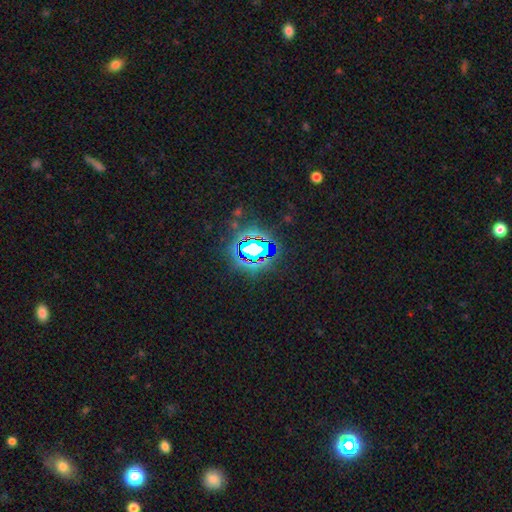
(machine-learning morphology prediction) Smooth or featured?
  - star or artifact: 81% *
  - smooth: 11%
  - featured or disk: 7%